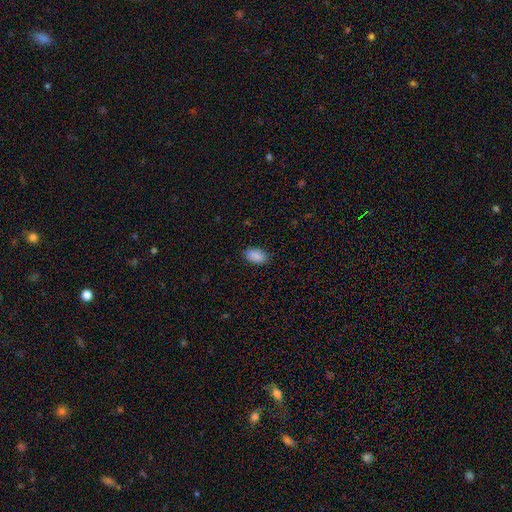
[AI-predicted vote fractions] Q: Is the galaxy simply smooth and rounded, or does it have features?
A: smooth — 89%.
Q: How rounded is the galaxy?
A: in between — 91%.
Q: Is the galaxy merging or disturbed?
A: none — 84%.